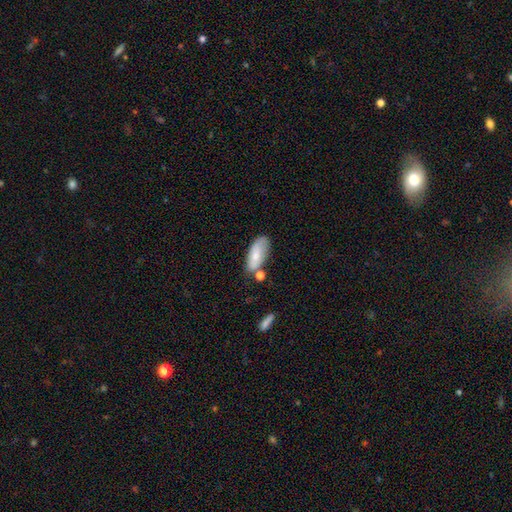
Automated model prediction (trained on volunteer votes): The model was most divided on "merging": none: 57%, minor disturbance: 24%, merger: 13%, major disturbance: 6%. More confident: how rounded — in between (84%); smooth or featured — smooth (73%).